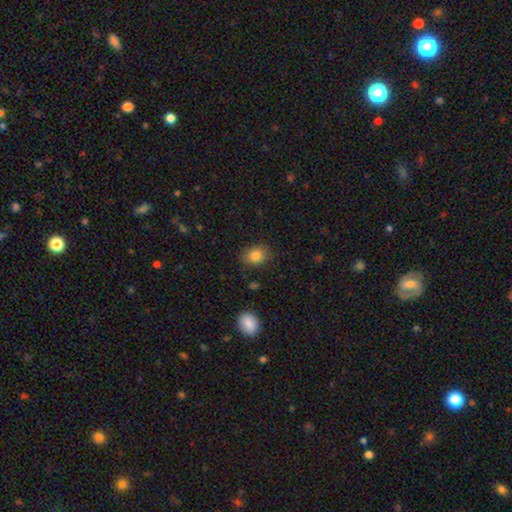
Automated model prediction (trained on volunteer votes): Q: Smooth or featured?
A: smooth (83%); runner-up: star or artifact (10%)
Q: How rounded?
A: in between (53%); runner-up: round (46%)
Q: Merging?
A: none (84%); runner-up: minor disturbance (12%)